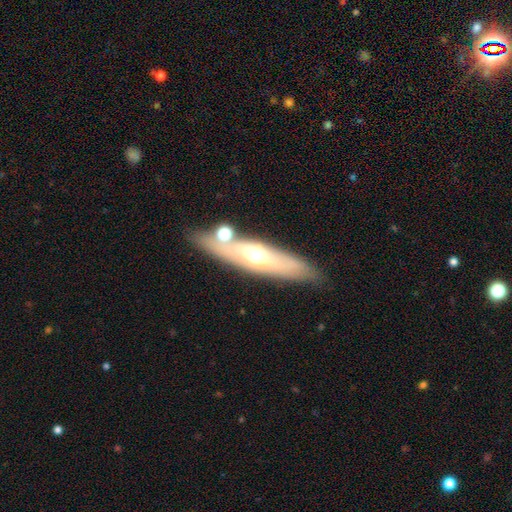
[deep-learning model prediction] Overall: featured or disk (57%; smooth 36%). Edge-on disk: yes (69%; no 31%). Merging: none (74%).